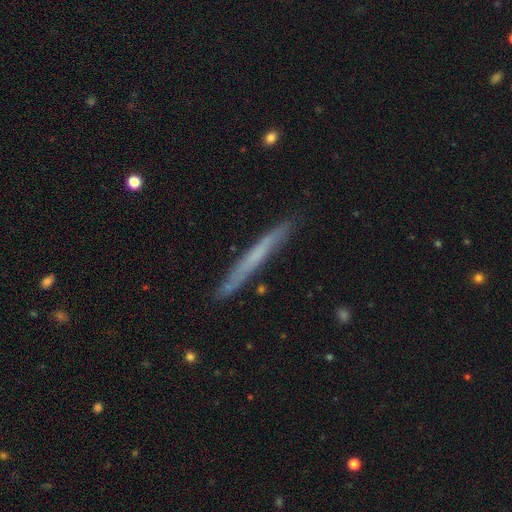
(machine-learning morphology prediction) type=smooth (49%); merging=none (87%).